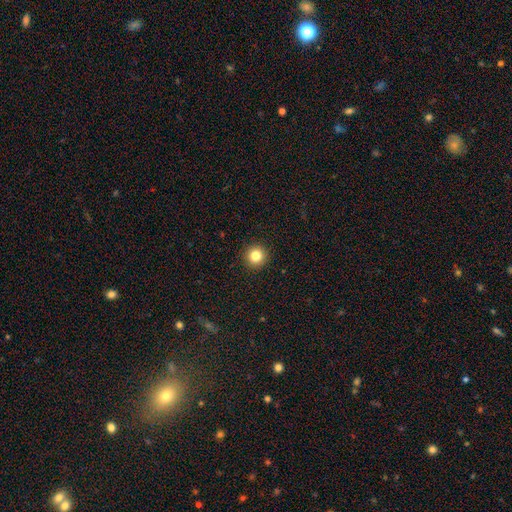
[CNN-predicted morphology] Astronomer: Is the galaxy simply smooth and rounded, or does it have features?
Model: smooth — 83%.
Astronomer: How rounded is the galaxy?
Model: round — 96%.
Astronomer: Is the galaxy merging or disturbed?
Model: none — 94%.